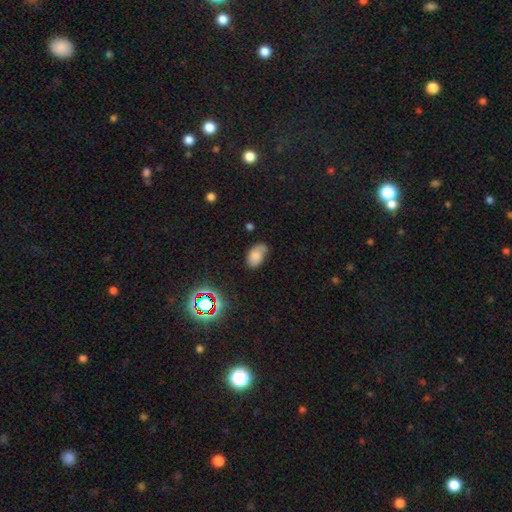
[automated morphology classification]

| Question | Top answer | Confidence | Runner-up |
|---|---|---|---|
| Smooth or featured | smooth | 75% | star or artifact (13%) |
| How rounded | in between | 91% | round (7%) |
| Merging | none | 55% | minor disturbance (33%) |